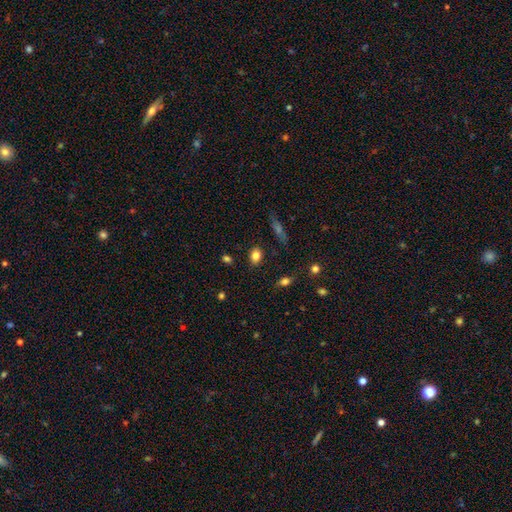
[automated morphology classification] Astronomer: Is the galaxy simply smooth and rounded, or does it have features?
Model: smooth — 83%.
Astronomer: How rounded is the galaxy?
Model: in between — 65%.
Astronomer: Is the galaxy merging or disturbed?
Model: none — 85%.